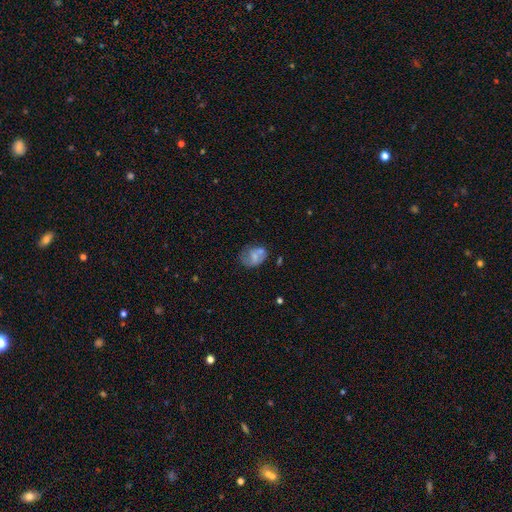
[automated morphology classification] smooth 55%, featured or disk 34%, star or artifact 10%. Down the decision tree: how rounded — in between (63%); merging — none (42%).